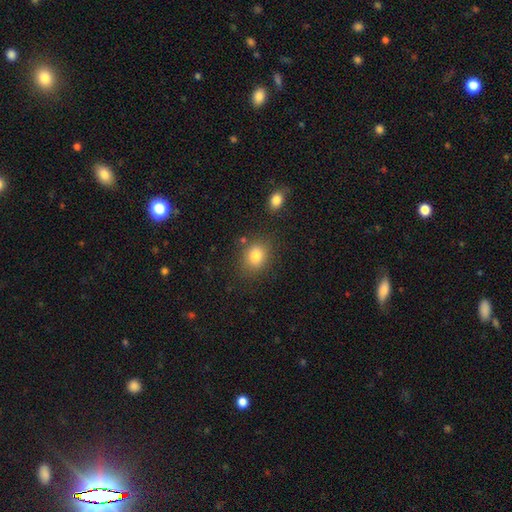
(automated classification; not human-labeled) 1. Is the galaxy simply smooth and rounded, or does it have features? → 81% smooth, 11% star or artifact, 9% featured or disk.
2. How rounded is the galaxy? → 52% round, 47% in between, 1% cigar-shaped.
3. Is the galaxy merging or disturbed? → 77% none, 14% minor disturbance, 5% merger, 4% major disturbance.